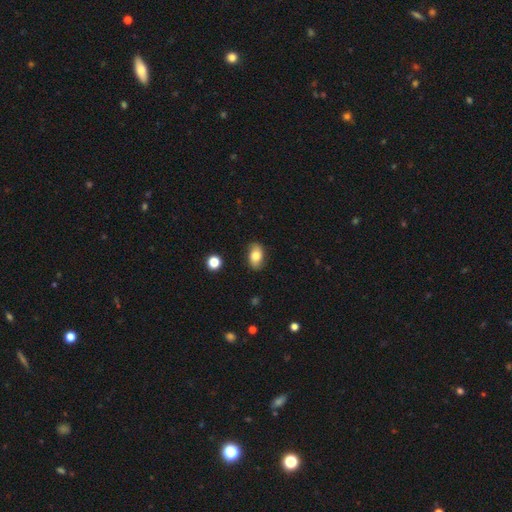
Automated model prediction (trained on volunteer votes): The model was most divided on "smooth or featured": smooth: 73%, featured or disk: 18%, star or artifact: 8%. More confident: how rounded — in between (88%); merging — none (81%).